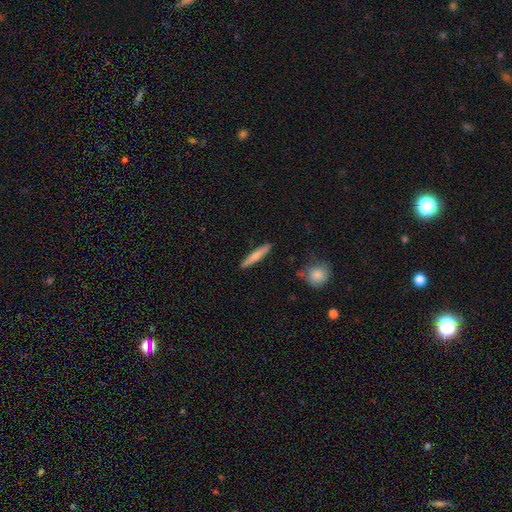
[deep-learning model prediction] The model was most divided on "smooth or featured": smooth: 70%, featured or disk: 24%, star or artifact: 6%. More confident: how rounded — cigar-shaped (92%); merging — none (88%).